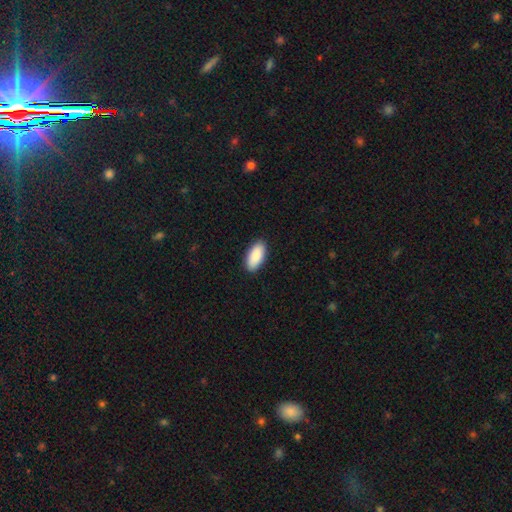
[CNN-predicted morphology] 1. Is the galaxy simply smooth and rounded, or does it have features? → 90% smooth, 6% star or artifact, 4% featured or disk.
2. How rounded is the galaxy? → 92% in between, 6% cigar-shaped, 2% round.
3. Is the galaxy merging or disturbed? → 90% none, 8% minor disturbance, 2% major disturbance, 1% merger.